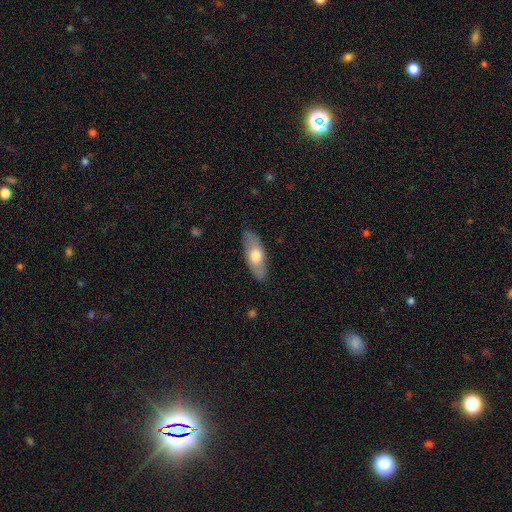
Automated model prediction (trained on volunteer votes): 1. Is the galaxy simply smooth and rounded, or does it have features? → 62% smooth, 32% featured or disk, 5% star or artifact.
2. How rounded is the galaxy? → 75% in between, 22% cigar-shaped, 3% round.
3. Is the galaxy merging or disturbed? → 83% none, 13% minor disturbance, 3% major disturbance, 1% merger.